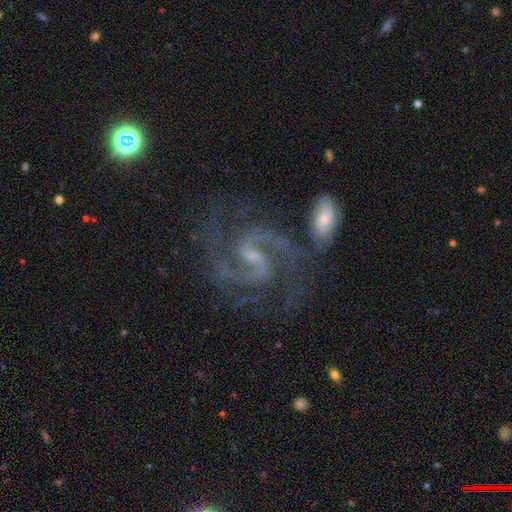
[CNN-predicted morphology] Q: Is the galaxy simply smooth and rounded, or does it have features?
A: featured or disk — 92%.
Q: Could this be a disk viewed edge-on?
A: no — 98%.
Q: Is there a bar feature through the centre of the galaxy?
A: weak — 53%.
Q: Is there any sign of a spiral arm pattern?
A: yes — 98%.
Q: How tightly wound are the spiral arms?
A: medium — 65%.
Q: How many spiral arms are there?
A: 2 — 91%.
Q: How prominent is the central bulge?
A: small — 67%.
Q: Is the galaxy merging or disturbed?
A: none — 67%.